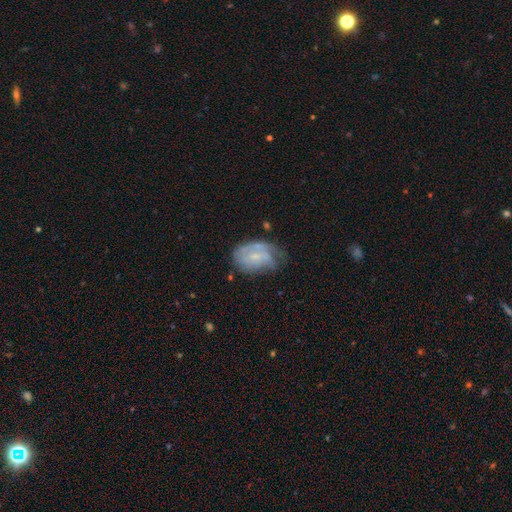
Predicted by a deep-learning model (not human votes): Smooth or featured: featured or disk — 57% (smooth — 35%)
Edge-on disk: no — 97% (yes — 3%)
Bar: no — 60% (weak — 35%)
Spiral arms: yes — 73% (no — 27%)
Bulge size: small — 68% (moderate — 18%)
Merging: none — 43% (minor disturbance — 34%)